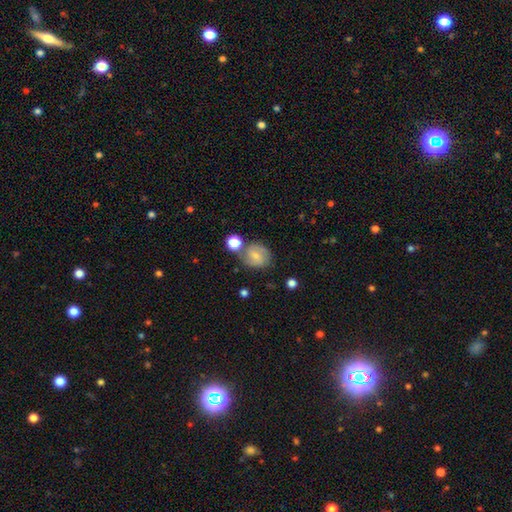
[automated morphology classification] This is possibly a smooth galaxy (52%). How rounded: likely round (69%). Merging: likely none (61%).